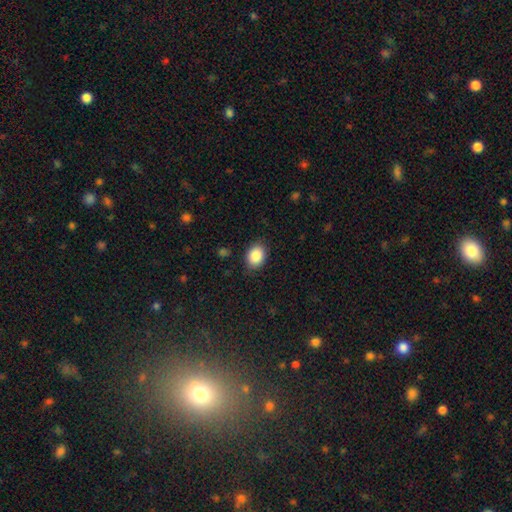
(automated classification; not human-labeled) smooth_or_featured: smooth (p=0.88) [alt: star or artifact p=0.08]
how_rounded: in between (p=0.66) [alt: round p=0.33]
merging: none (p=0.85) [alt: minor disturbance p=0.11]